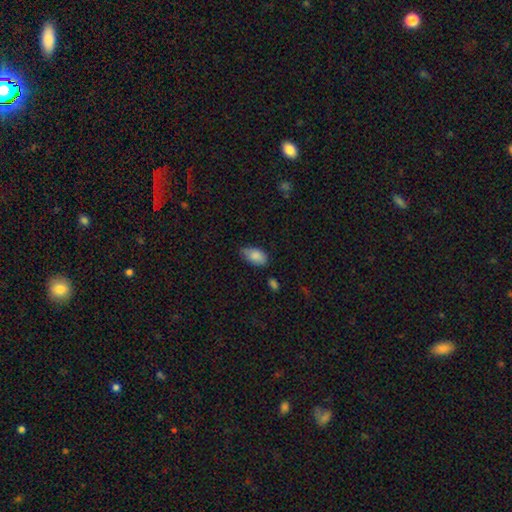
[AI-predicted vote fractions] smooth-or-featured: smooth: 86% | featured or disk: 7% | star or artifact: 7%
  how-rounded: in between: 93% | round: 5% | cigar-shaped: 2%
  merging: none: 60% | minor disturbance: 32% | major disturbance: 5% | merger: 3%